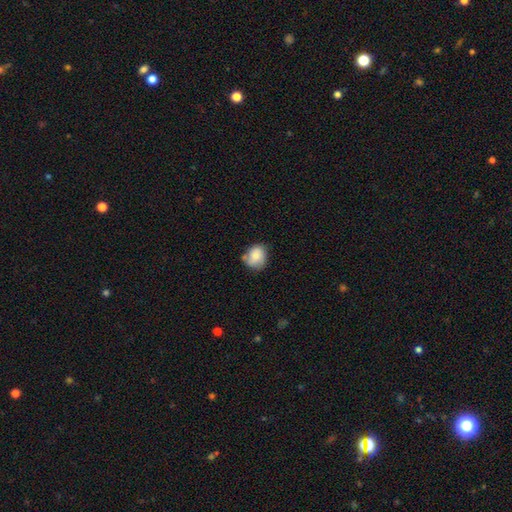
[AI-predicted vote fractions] A smooth galaxy with no disk features (77%) that is round (63%). Merging: none (57%).